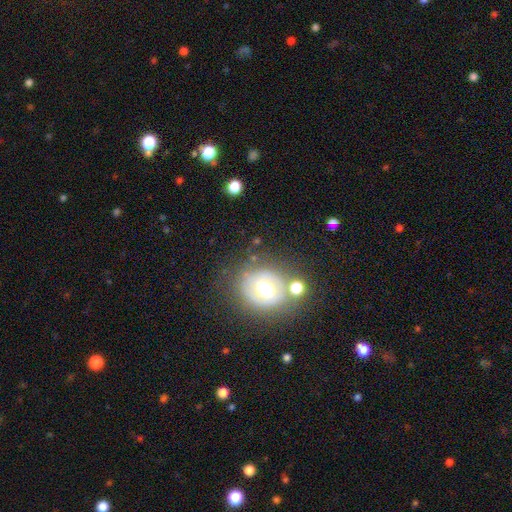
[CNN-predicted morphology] type=smooth (43%); merging=none (74%).